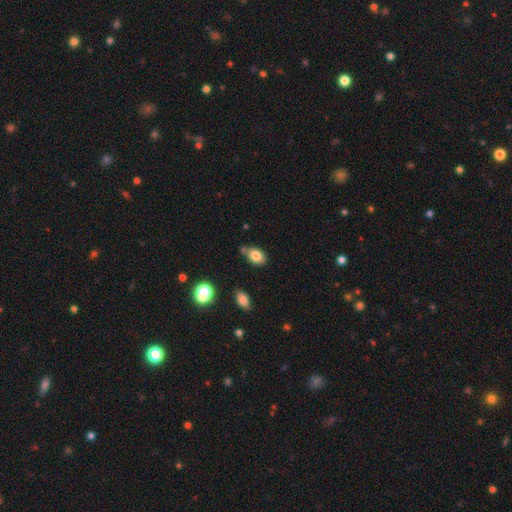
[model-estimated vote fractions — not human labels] Morphology: type=smooth (81%); roundness=in between (85%); merging=none (65%).